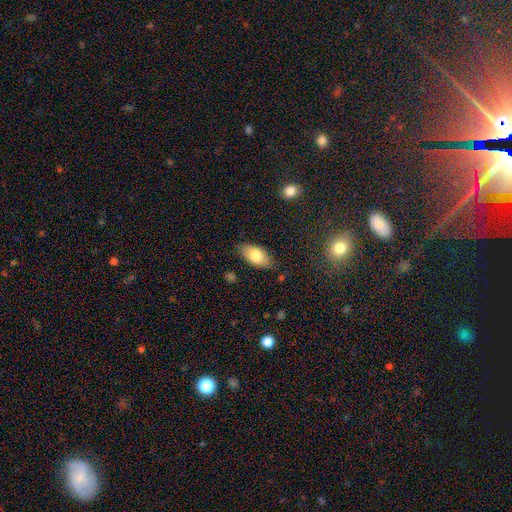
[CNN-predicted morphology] This is likely a smooth galaxy (79%). How rounded: clearly in between (92%). Merging: clearly none (82%).